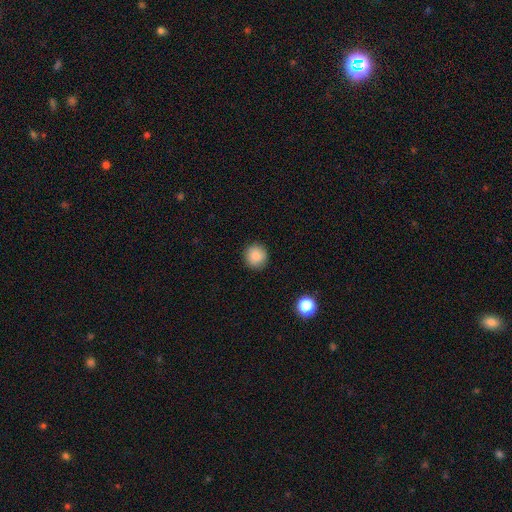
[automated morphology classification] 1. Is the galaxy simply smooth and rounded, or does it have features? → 86% smooth, 9% star or artifact, 5% featured or disk.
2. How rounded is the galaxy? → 94% round, 5% in between, 1% cigar-shaped.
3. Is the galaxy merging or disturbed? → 91% none, 6% minor disturbance, 2% major disturbance, 1% merger.